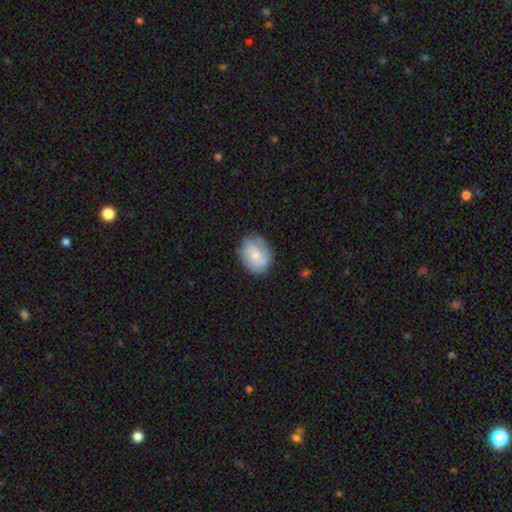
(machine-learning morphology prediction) Smooth or featured: smooth — 61% (featured or disk — 32%)
How rounded: in between — 54% (round — 45%)
Merging: none — 67% (minor disturbance — 24%)